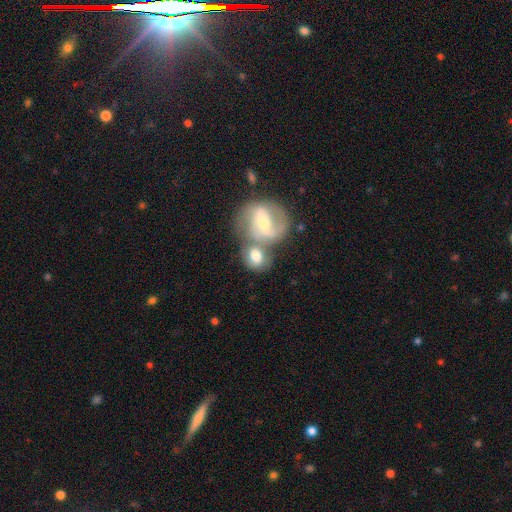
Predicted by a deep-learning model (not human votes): Smooth or featured? Predicted: smooth (p=0.53). How rounded? Predicted: round (p=0.58). Merging? Predicted: merger (p=0.49).